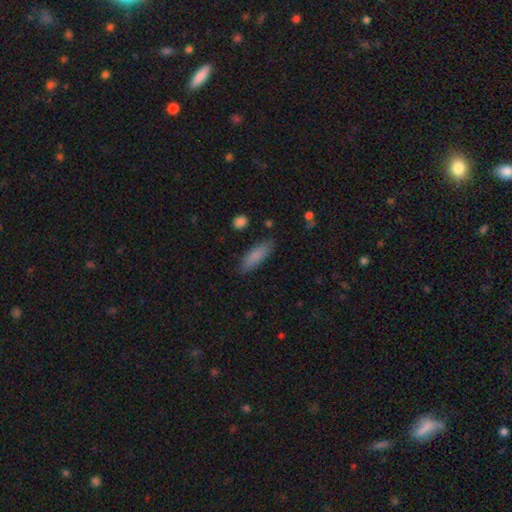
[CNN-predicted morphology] smooth 84%, featured or disk 9%, star or artifact 7%. Down the decision tree: how rounded — in between (49%, tied with cigar-shaped); merging — none (84%).